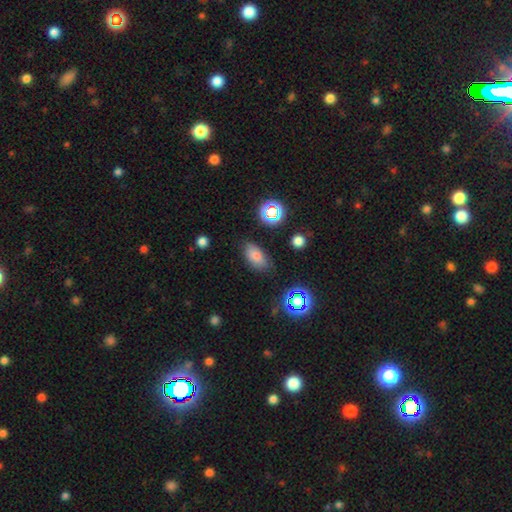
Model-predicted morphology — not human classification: Overall: smooth (73%). How rounded: in between (88%). Merging: none (80%).